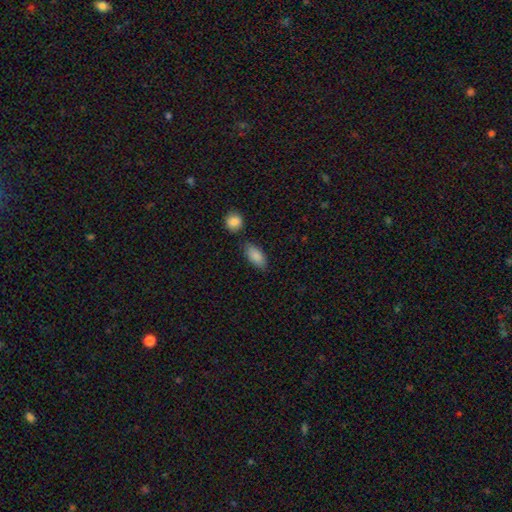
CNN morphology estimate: Q: Smooth or featured?
A: smooth (88%); runner-up: star or artifact (7%)
Q: How rounded?
A: in between (90%); runner-up: cigar-shaped (8%)
Q: Merging?
A: none (74%); runner-up: minor disturbance (14%)